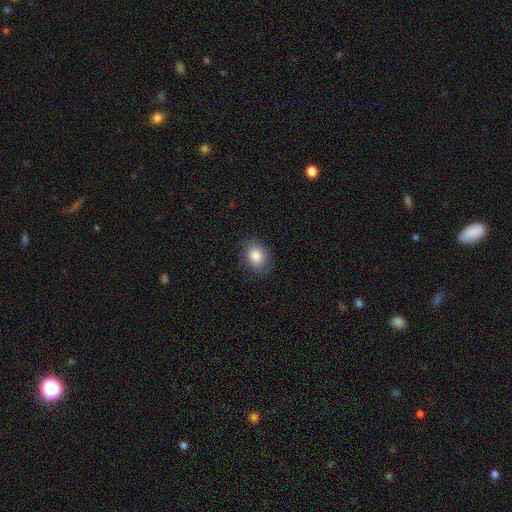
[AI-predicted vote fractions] A smooth galaxy with no disk features (86%) that is in between round and cigar-shaped (65%).

Vote fractions:
- Smooth or featured? smooth: 86% / star or artifact: 8% / featured or disk: 6%
- How rounded? in between: 65% / round: 34% / cigar-shaped: 1%
- Merging? none: 84% / minor disturbance: 12% / major disturbance: 3% / merger: 1%